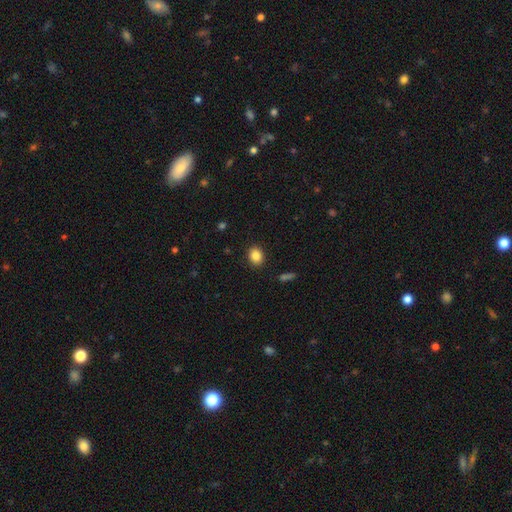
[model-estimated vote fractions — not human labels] Smooth or featured? smooth (86%)
How rounded? round (50%)
Merging? none (89%)